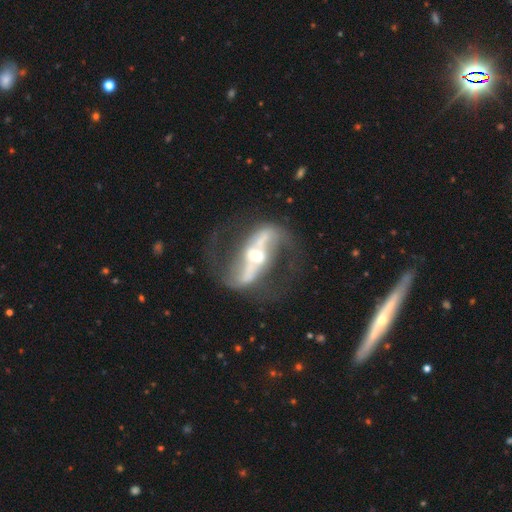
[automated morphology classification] This is clearly a featured or disk galaxy (90%). It is clearly not viewed edge-on (92%). Bar: likely strong (67%). Spiral arm pattern: clearly yes (93%). Spiral arm count: clearly 2 (93%). Spiral winding: possibly loose (57%). Central bulge: possibly moderate (52%). Merging: likely none (68%).